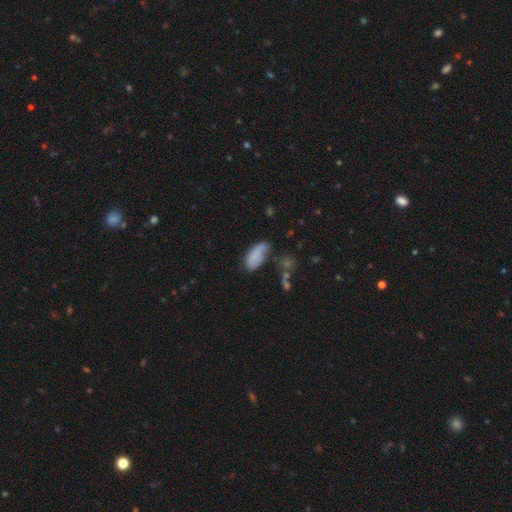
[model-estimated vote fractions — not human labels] smooth_or_featured: smooth (p=0.78) [alt: featured or disk p=0.13]
how_rounded: in between (p=0.89) [alt: cigar-shaped p=0.09]
merging: none (p=0.47) [alt: minor disturbance p=0.31]